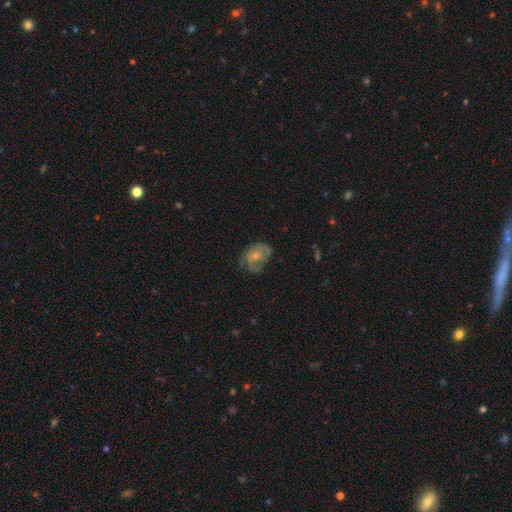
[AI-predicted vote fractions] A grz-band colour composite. It shows a featured or disk galaxy (58%) with no bar (73%), spiral arms (79%) and a small central bulge (53%). Merging: none (52%).